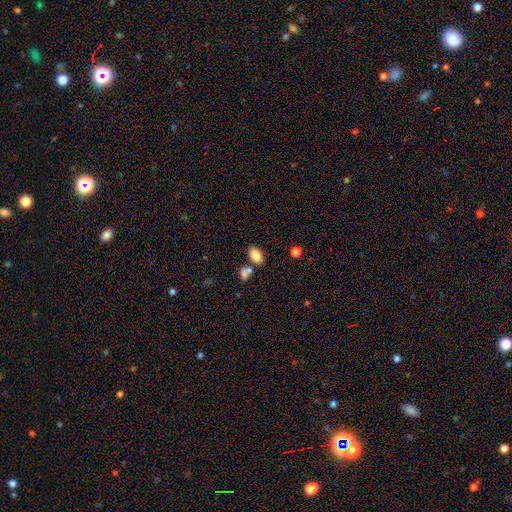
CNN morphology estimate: smooth 83%, star or artifact 9%, featured or disk 8%. Down the decision tree: how rounded — in between (88%); merging — none (64%).